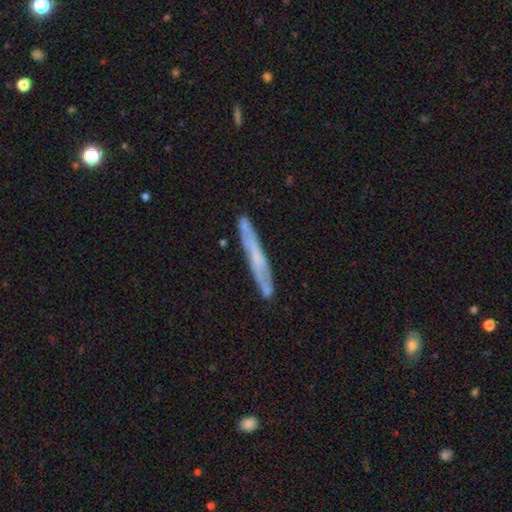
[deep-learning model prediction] smooth-or-featured: featured or disk: 52% | smooth: 42% | star or artifact: 7%
  disk-edge-on: yes: 78% | no: 22%
  merging: none: 80% | minor disturbance: 14% | merger: 3% | major disturbance: 3%